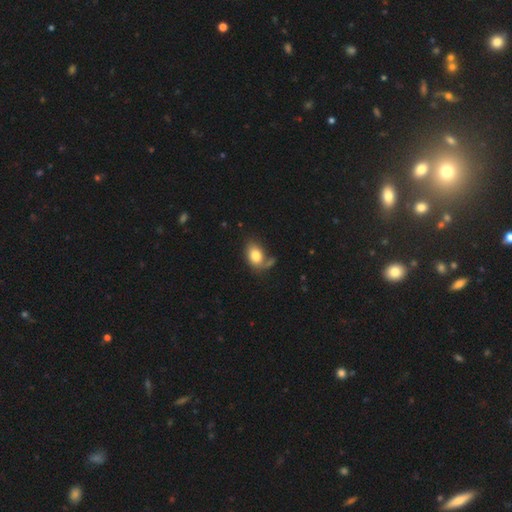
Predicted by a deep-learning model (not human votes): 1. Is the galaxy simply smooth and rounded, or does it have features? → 80% smooth, 12% featured or disk, 8% star or artifact.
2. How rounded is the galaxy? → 79% in between, 19% round, 2% cigar-shaped.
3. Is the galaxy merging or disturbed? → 48% none, 22% minor disturbance, 17% merger, 14% major disturbance.